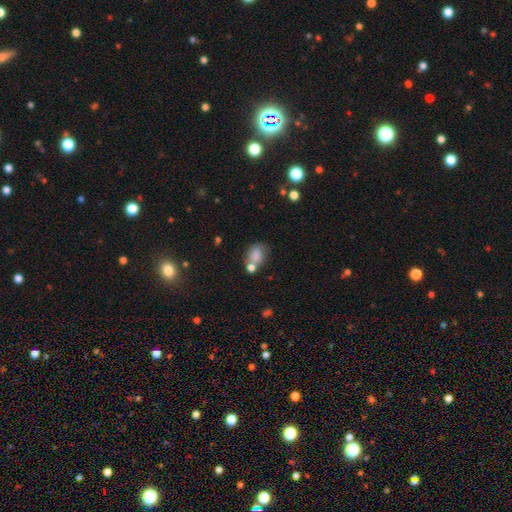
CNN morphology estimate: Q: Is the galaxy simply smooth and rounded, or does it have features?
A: smooth — 76%.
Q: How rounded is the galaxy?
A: in between — 68%.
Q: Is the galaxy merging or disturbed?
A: none — 40%.